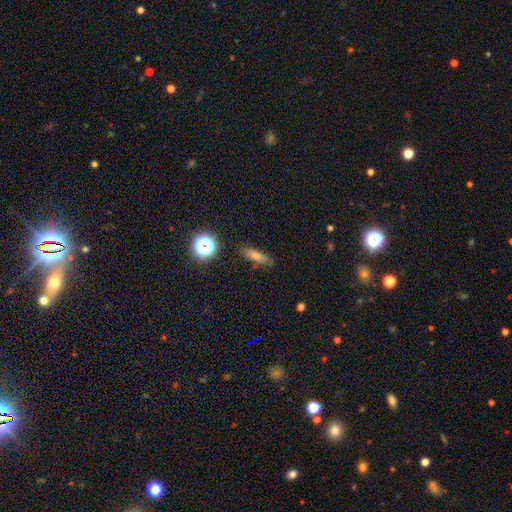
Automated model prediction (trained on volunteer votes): Smooth or featured?
  - smooth: 65% *
  - featured or disk: 19%
  - star or artifact: 16%
How rounded?
  - cigar-shaped: 60% *
  - in between: 31%
  - round: 9%
Merging?
  - none: 86% *
  - minor disturbance: 10%
  - major disturbance: 3%
  - merger: 2%